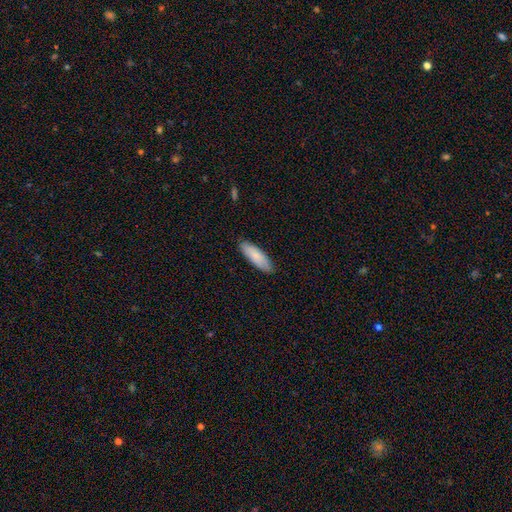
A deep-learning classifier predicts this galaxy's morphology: Smooth or featured? Predicted: smooth (p=0.81). How rounded? Predicted: in between (p=0.56). Merging? Predicted: none (p=0.88).